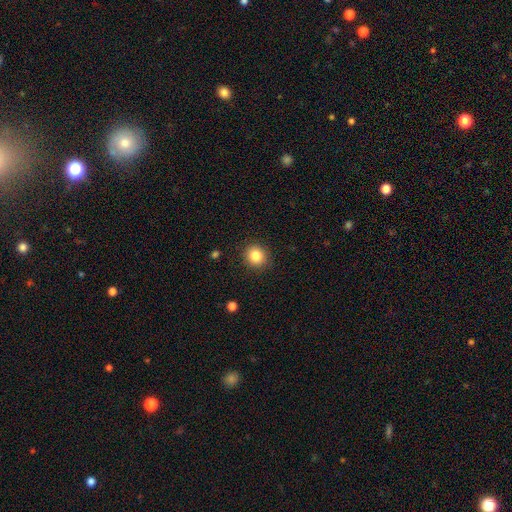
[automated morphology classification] Smooth or featured? Predicted: smooth (p=0.84). How rounded? Predicted: round (p=0.86). Merging? Predicted: none (p=0.90).